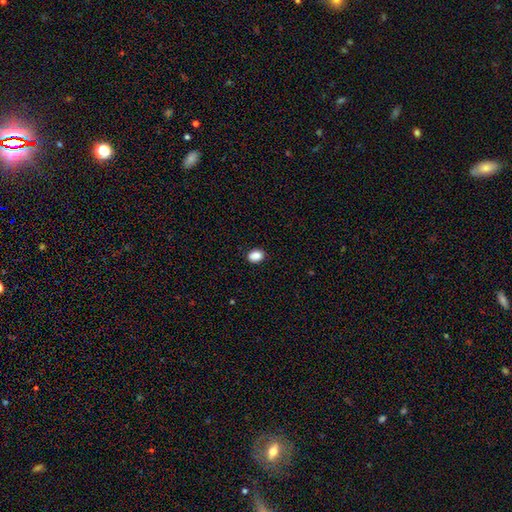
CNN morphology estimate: Smooth or featured? Predicted: smooth (p=0.88). How rounded? Predicted: in between (p=0.63). Merging? Predicted: none (p=0.89).